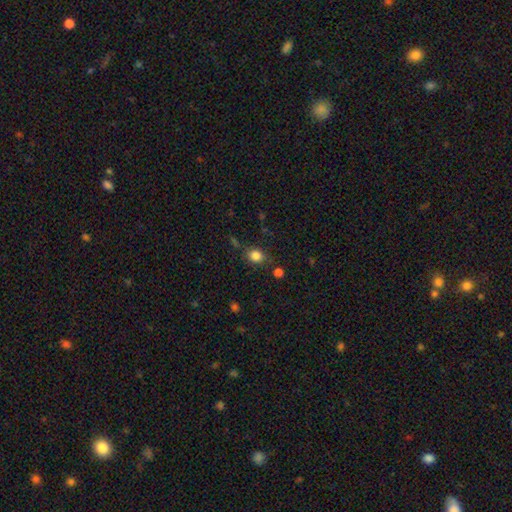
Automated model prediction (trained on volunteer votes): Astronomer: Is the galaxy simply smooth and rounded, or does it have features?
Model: smooth — 82%.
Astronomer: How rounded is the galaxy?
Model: round — 63%.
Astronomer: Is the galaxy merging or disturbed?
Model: none — 76%.